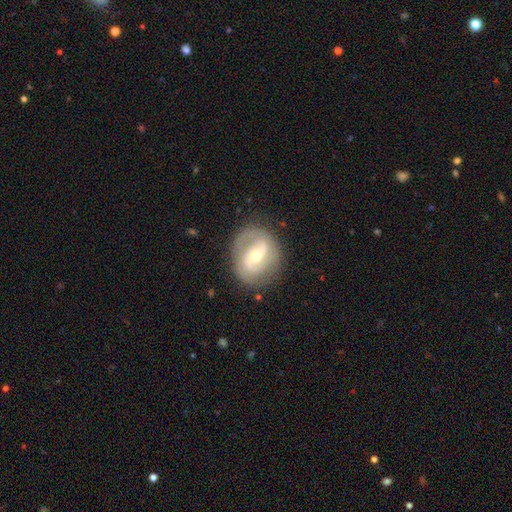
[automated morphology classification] Smooth or featured? featured or disk (77%)
Edge-on disk? no (96%)
Bar? weak (44%)
Spiral arms? yes (83%)
Spiral winding? medium (43%)
Spiral arm count? 2 (77%)
Bulge size? moderate (55%)
Merging? none (78%)